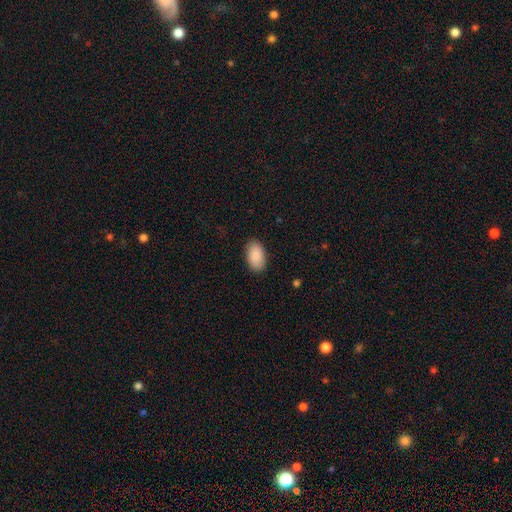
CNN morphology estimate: smooth_or_featured: smooth (p=0.90) [alt: star or artifact p=0.06]
how_rounded: in between (p=0.95) [alt: round p=0.04]
merging: none (p=0.88) [alt: minor disturbance p=0.09]